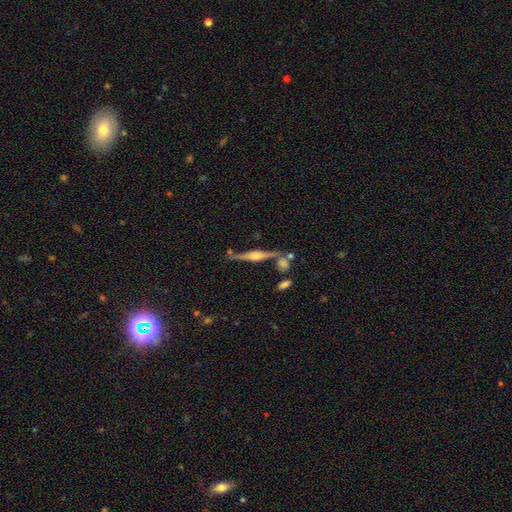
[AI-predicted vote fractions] Smooth or featured?
  - featured or disk: 83% *
  - smooth: 10%
  - star or artifact: 7%
Edge-on disk?
  - yes: 97% *
  - no: 3%
Edge-on bulge?
  - rounded: 89% *
  - boxy: 8%
  - none: 3%
Merging?
  - none: 78% *
  - minor disturbance: 11%
  - merger: 8%
  - major disturbance: 3%